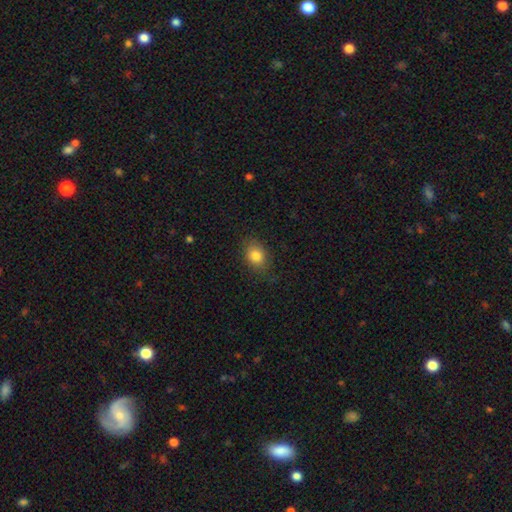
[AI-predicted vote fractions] Overall: smooth (83%). How rounded: in between (64%; round 35%). Merging: none (82%).